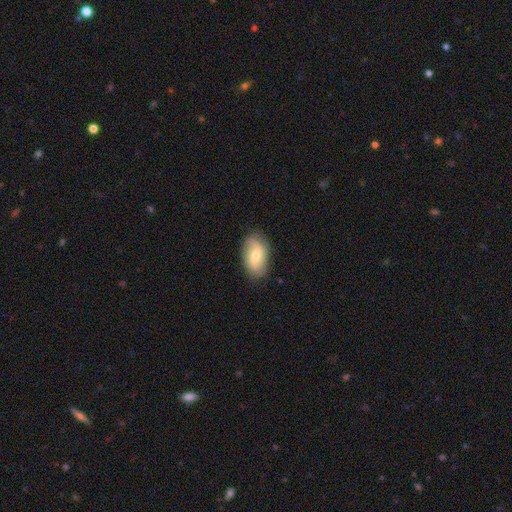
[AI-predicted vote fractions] smooth 50%, featured or disk 44%, star or artifact 7%. Down the decision tree: merging — none (80%).